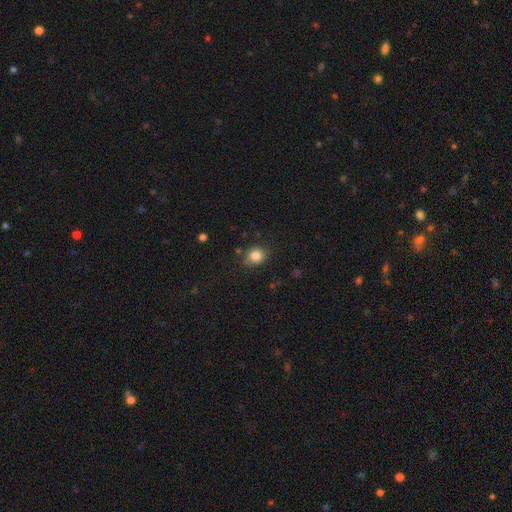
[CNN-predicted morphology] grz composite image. It shows a smooth galaxy with no disk features (84%) that is round (73%). Merging: none (79%).